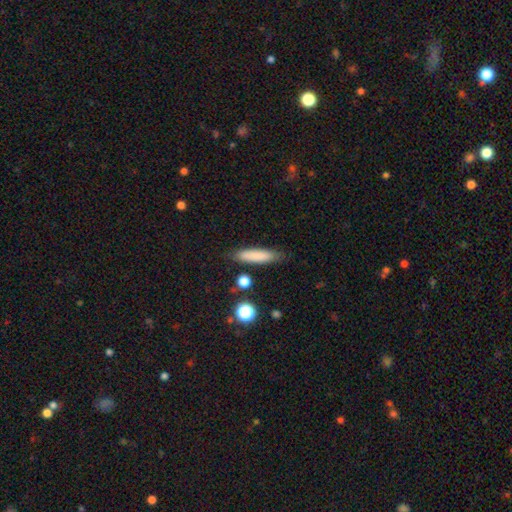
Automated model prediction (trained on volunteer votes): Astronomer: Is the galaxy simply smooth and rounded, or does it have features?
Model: smooth — 81%.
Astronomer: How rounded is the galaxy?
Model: cigar-shaped — 79%.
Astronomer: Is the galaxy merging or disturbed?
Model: none — 84%.